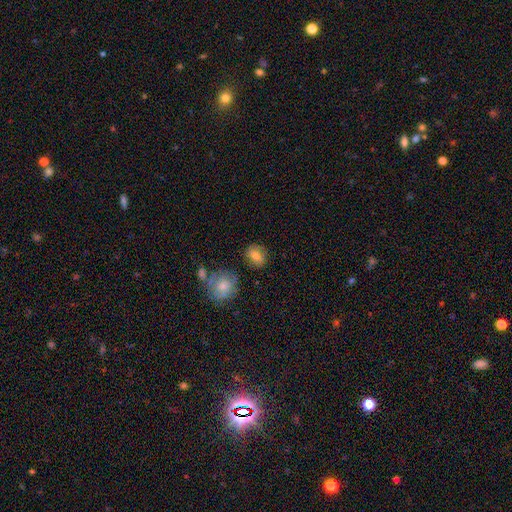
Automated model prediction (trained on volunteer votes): This is likely a smooth galaxy (75%). How rounded: possibly round (54%). Merging: clearly none (81%).